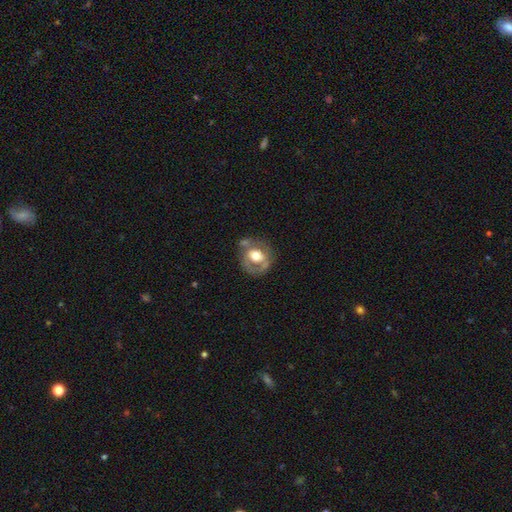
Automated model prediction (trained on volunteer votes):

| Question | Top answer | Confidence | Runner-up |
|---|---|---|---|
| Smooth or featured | featured or disk | 53% | smooth (39%) |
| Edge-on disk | no | 96% | yes (4%) |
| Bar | no | 69% | weak (23%) |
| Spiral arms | no | 62% | yes (38%) |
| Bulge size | moderate | 55% | large (36%) |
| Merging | none | 52% | minor disturbance (24%) |